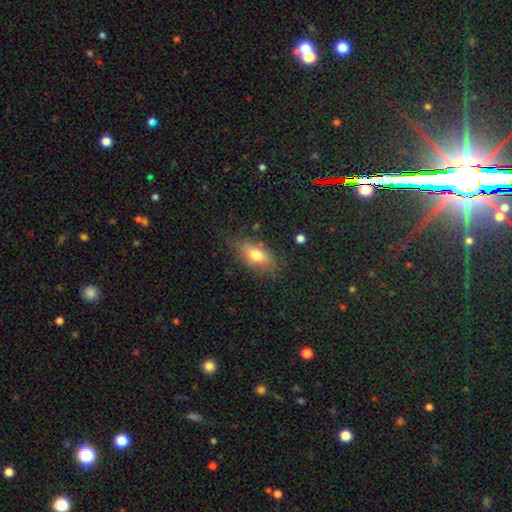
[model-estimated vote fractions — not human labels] A smooth galaxy with no disk features (71%) that is in between round and cigar-shaped (83%). Merging: none (71%).